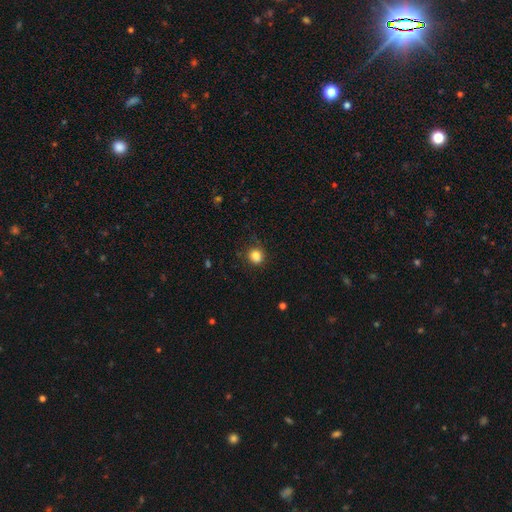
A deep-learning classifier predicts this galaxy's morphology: Overall: smooth (84%). How rounded: round (82%). Merging: none (79%).